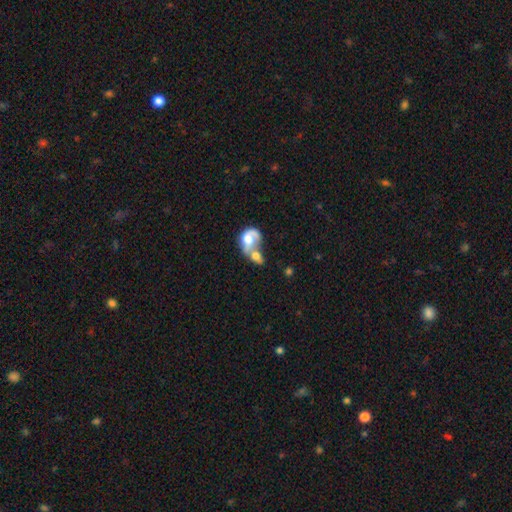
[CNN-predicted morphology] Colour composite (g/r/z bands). It shows a smooth galaxy with no disk features (50%). Merging: merger (70%).